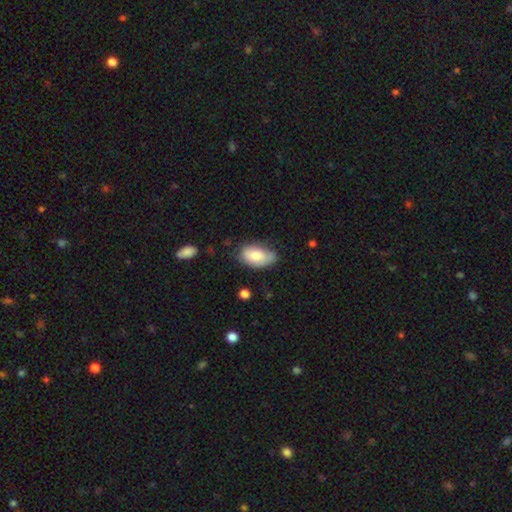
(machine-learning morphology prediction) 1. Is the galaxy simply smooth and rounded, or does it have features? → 75% smooth, 19% featured or disk, 6% star or artifact.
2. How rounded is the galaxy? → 93% in between, 5% round, 2% cigar-shaped.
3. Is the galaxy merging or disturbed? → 61% none, 30% minor disturbance, 6% major disturbance, 2% merger.